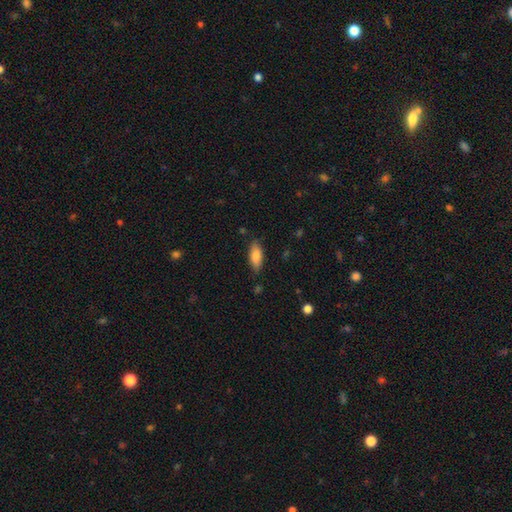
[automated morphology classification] smooth_or_featured: smooth (p=0.81) [alt: featured or disk p=0.12]
how_rounded: in between (p=0.78) [alt: cigar-shaped p=0.20]
merging: none (p=0.81) [alt: minor disturbance p=0.15]